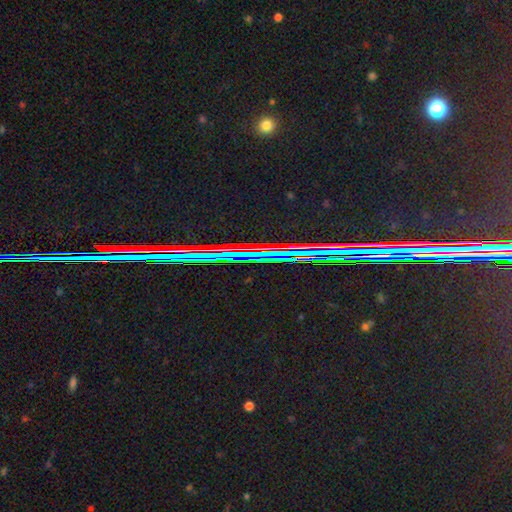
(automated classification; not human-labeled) Smooth or featured: star or artifact — 85% (featured or disk — 8%)